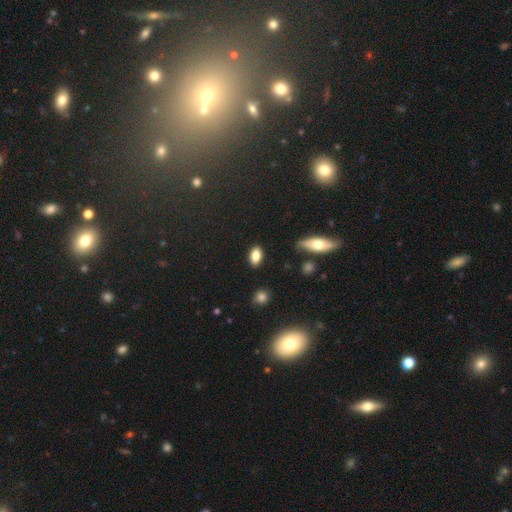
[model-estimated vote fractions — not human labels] smooth 81%, featured or disk 11%, star or artifact 8%. Down the decision tree: how rounded — in between (89%); merging — none (85%).